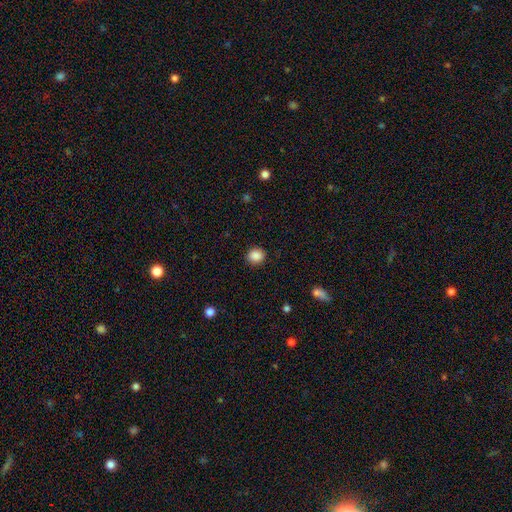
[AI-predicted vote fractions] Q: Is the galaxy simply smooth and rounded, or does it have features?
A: smooth — 88%.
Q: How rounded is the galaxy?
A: round — 79%.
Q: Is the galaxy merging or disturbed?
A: none — 90%.